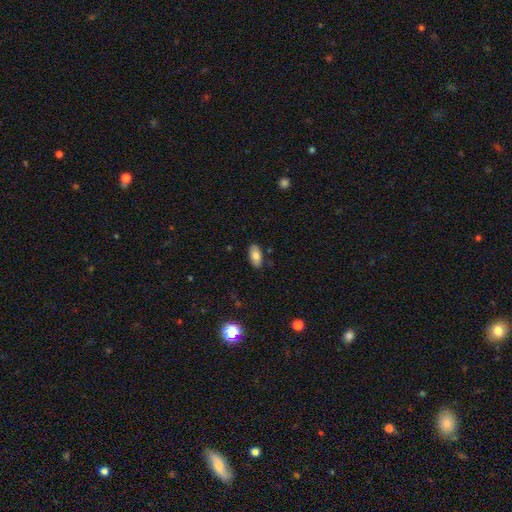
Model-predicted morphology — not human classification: smooth 79%, featured or disk 14%, star or artifact 8%. Down the decision tree: how rounded — in between (92%); merging — none (87%).